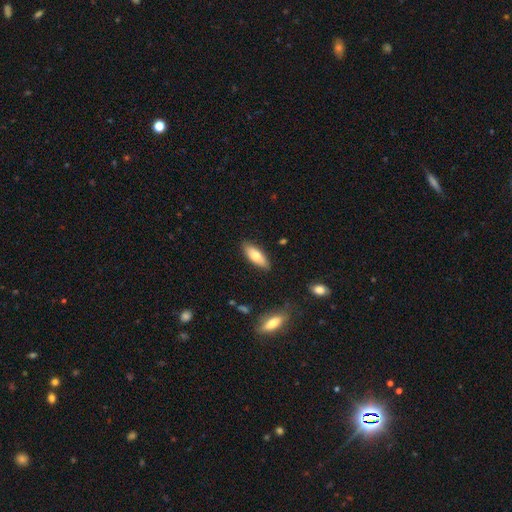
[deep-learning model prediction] Smooth or featured? Predicted: smooth (p=0.74). How rounded? Predicted: in between (p=0.69). Merging? Predicted: none (p=0.85).